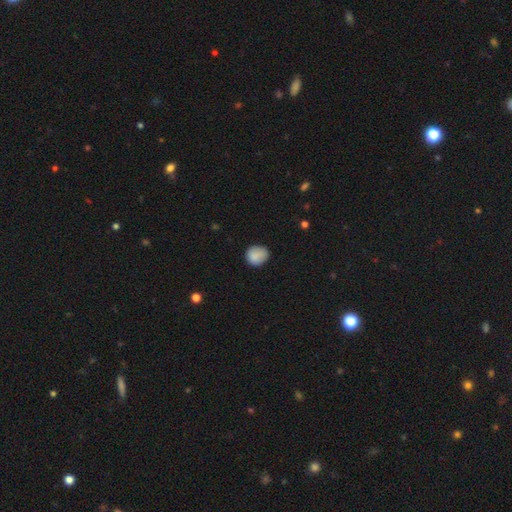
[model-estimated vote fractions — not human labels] Overall: smooth (87%). How rounded: round (80%). Merging: none (78%).